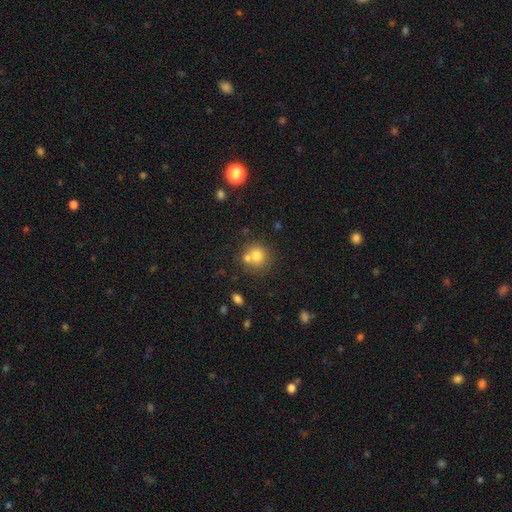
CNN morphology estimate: This appears to be a smooth galaxy with no disk features (75%) that is round (86%). Merging: none (55%).